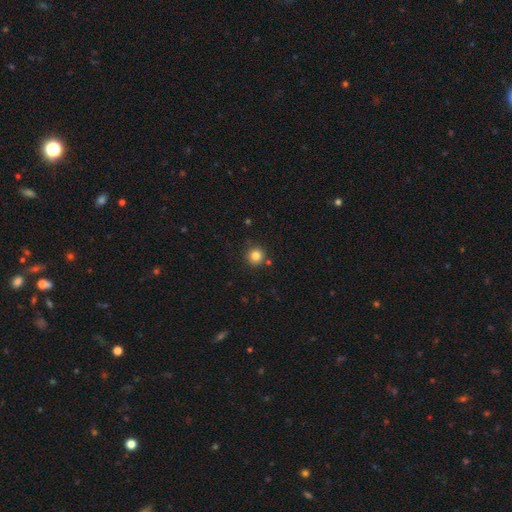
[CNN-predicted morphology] Smooth or featured? smooth (83%)
How rounded? round (94%)
Merging? none (85%)